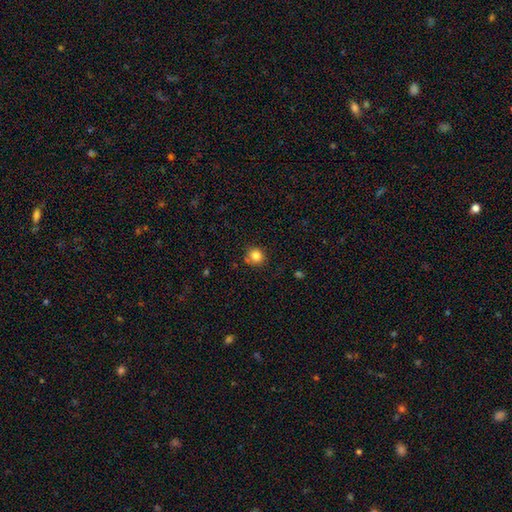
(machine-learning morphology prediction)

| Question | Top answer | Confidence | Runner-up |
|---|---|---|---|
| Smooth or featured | smooth | 83% | star or artifact (11%) |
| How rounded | round | 82% | in between (17%) |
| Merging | none | 76% | minor disturbance (17%) |